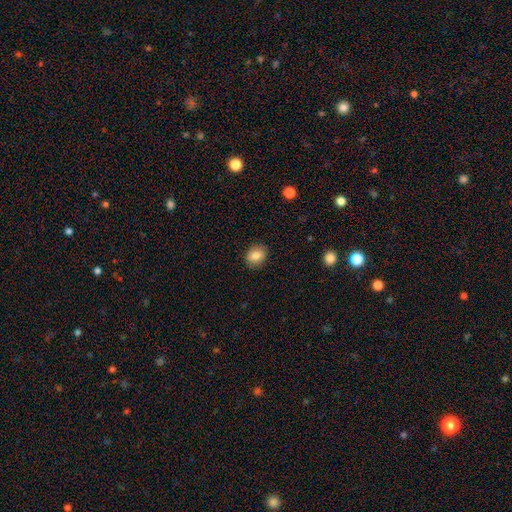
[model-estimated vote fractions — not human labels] A smooth galaxy with no disk features (82%) that is round (52%). Merging: none (89%).